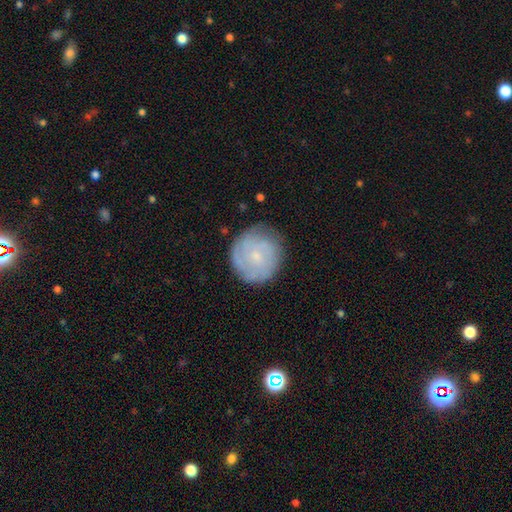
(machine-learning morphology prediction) A featured or disk galaxy (51%). Merging: none (81%).